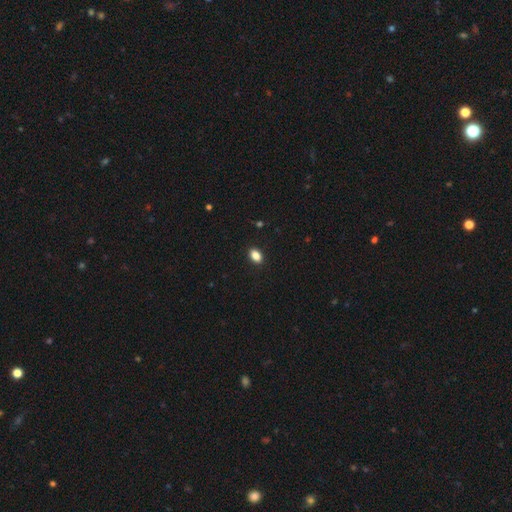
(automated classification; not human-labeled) This appears to be a smooth galaxy with no disk features (86%) that is in between round and cigar-shaped (85%). Merging: none (90%).